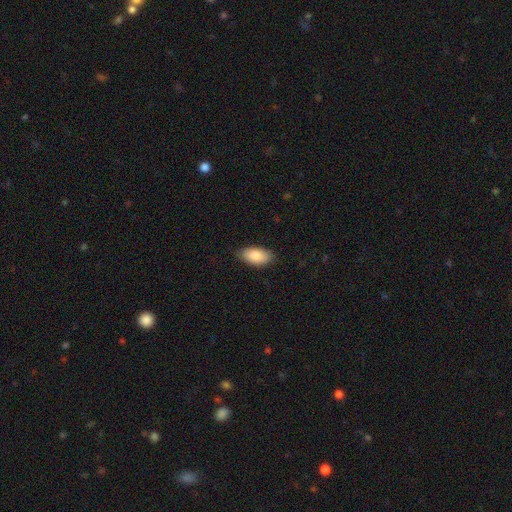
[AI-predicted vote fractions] A smooth galaxy with no disk features (87%) that is in between round and cigar-shaped (93%).

Vote fractions:
- Smooth or featured? smooth: 87% / featured or disk: 7% / star or artifact: 6%
- How rounded? in between: 93% / cigar-shaped: 5% / round: 3%
- Merging? none: 83% / minor disturbance: 13% / major disturbance: 2% / merger: 1%